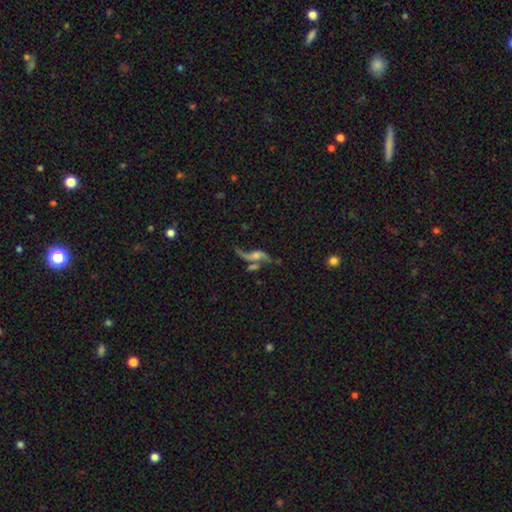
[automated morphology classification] type=featured or disk (77%); edge-on=no (90%); bar=no (55%); spiral arms=yes (89%); winding=loose (92%); arm count=2 (86%); bulge=moderate (38%); merging=none (43%).